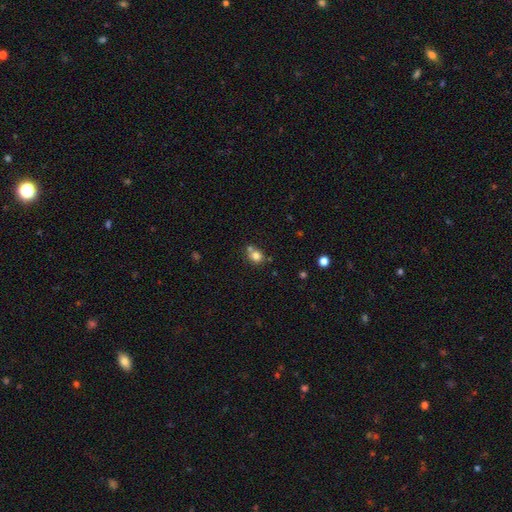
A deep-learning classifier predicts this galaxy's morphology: smooth-or-featured: smooth: 78% | star or artifact: 12% | featured or disk: 9%
  how-rounded: round: 75% | in between: 24% | cigar-shaped: 1%
  merging: none: 57% | merger: 28% | minor disturbance: 12% | major disturbance: 4%